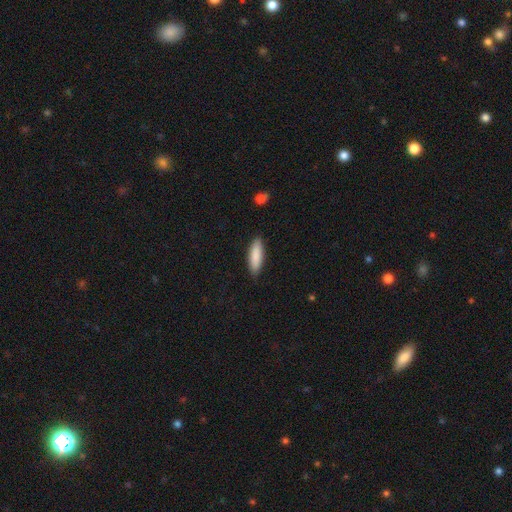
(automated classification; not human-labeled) A smooth galaxy with no disk features (87%) that is cigar-shaped (52%).

Vote fractions:
- Smooth or featured? smooth: 87% / featured or disk: 7% / star or artifact: 5%
- How rounded? cigar-shaped: 52% / in between: 46% / round: 1%
- Merging? none: 88% / minor disturbance: 9% / major disturbance: 2% / merger: 1%